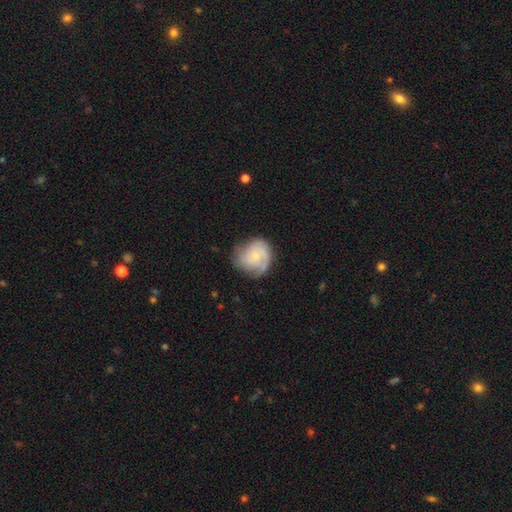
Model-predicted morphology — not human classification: featured or disk 69%, smooth 25%, star or artifact 6%. Down the decision tree: edge-on disk — no (98%); bar — no (77%); spiral arms — yes (90%); spiral arm count — can't tell (27%); spiral winding — tight (53%); bulge size — small (63%); merging — none (62%).